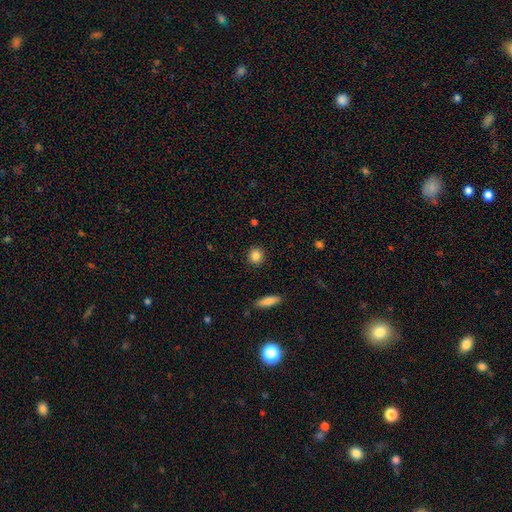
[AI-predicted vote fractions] smooth 85%, star or artifact 9%, featured or disk 6%. Down the decision tree: how rounded — round (89%); merging — none (91%).